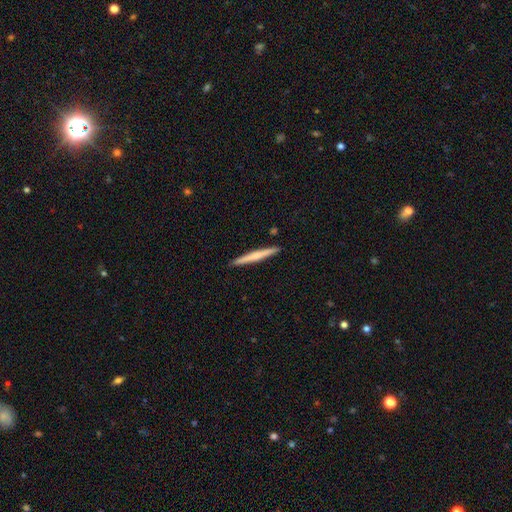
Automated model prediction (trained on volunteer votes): Smooth or featured? smooth (53%)
How rounded? cigar-shaped (96%)
Merging? none (92%)